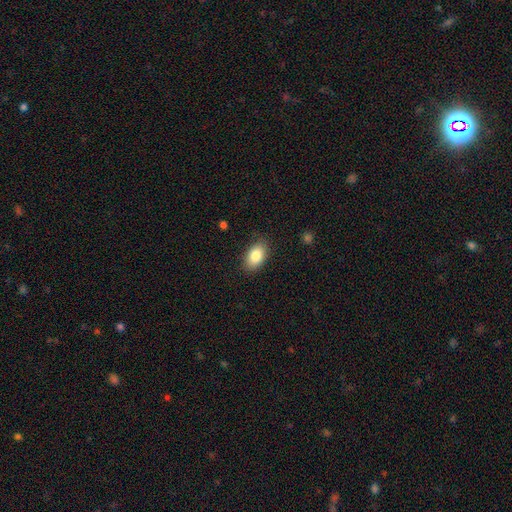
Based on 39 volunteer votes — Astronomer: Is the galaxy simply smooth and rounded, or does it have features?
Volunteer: smooth — 90%.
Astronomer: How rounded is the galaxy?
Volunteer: in between — 94%.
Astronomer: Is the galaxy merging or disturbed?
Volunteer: none — 68%.